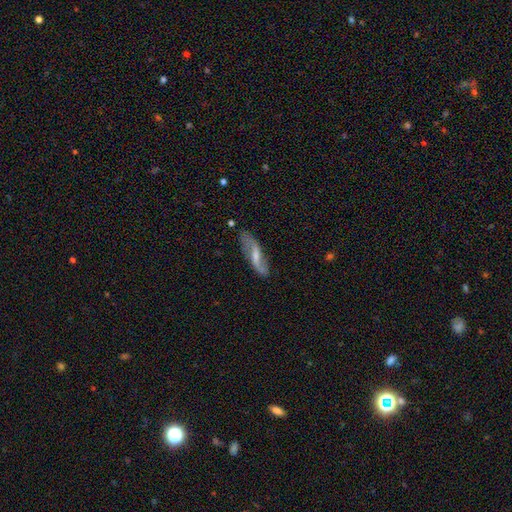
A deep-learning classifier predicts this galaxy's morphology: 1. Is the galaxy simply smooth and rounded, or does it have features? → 71% featured or disk, 23% smooth, 7% star or artifact.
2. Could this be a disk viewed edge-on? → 82% no, 18% yes.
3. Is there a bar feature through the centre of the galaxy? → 48% weak, 30% strong, 22% no.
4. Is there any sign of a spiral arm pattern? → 90% yes, 10% no.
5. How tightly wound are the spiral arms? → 71% loose, 21% medium, 8% tight.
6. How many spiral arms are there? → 89% 2, 5% can't tell, 3% 1, 1% 3, 1% 4, 1% more than 4.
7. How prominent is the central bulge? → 44% small, 37% moderate, 14% none, 4% large, 1% dominant.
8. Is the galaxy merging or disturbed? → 74% none, 18% minor disturbance, 6% major disturbance, 3% merger.